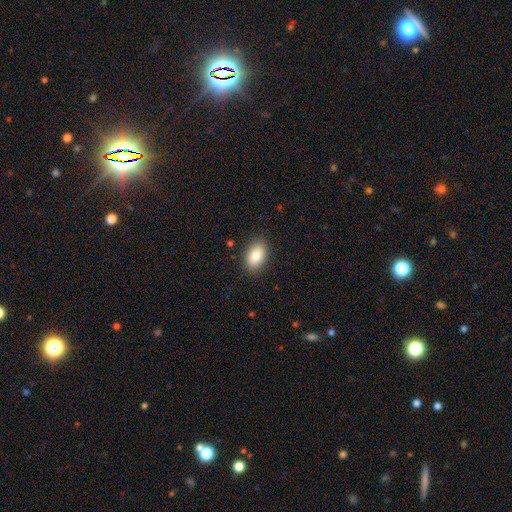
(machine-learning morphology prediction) A smooth galaxy with no disk features (85%) that is in between round and cigar-shaped (90%). Merging: none (87%).